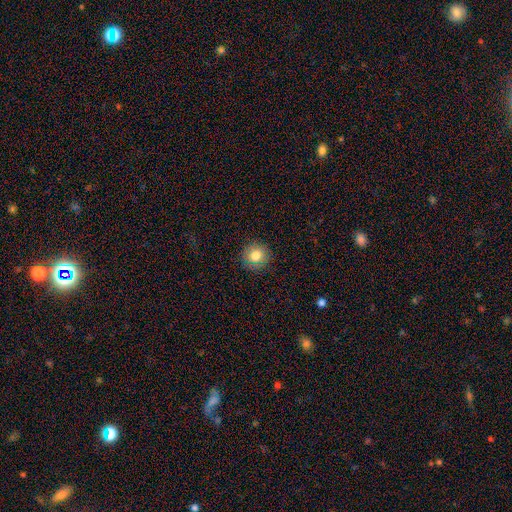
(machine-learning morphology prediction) Q: Smooth or featured?
A: smooth (79%); runner-up: featured or disk (11%)
Q: How rounded?
A: round (92%); runner-up: in between (8%)
Q: Merging?
A: none (90%); runner-up: minor disturbance (7%)